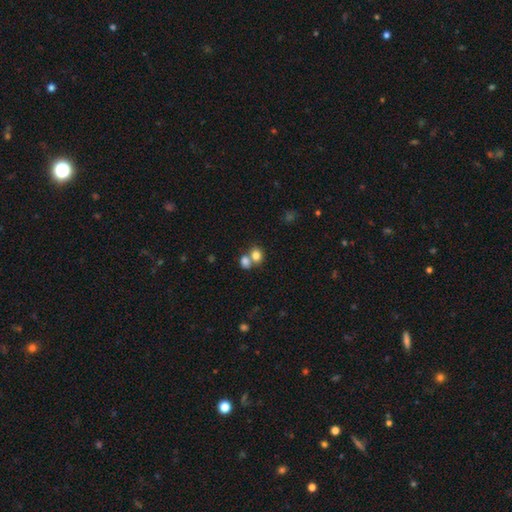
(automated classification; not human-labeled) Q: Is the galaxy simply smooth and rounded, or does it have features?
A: smooth — 80%.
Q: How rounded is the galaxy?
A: round — 53%.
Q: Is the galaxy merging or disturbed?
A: merger — 51%.